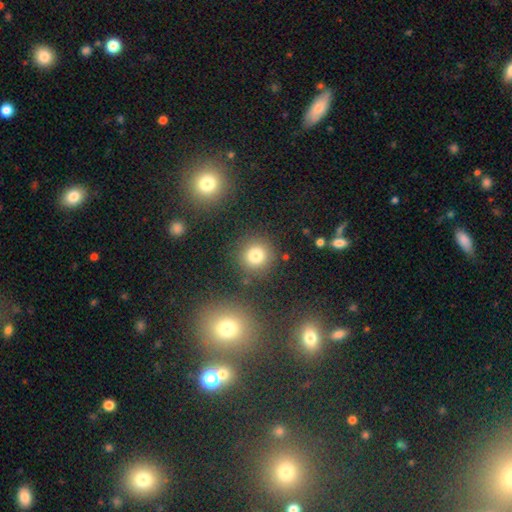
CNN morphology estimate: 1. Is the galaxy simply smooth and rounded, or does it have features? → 78% smooth, 15% star or artifact, 7% featured or disk.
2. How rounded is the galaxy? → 91% round, 8% in between, 1% cigar-shaped.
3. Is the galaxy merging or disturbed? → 84% none, 8% minor disturbance, 5% merger, 3% major disturbance.